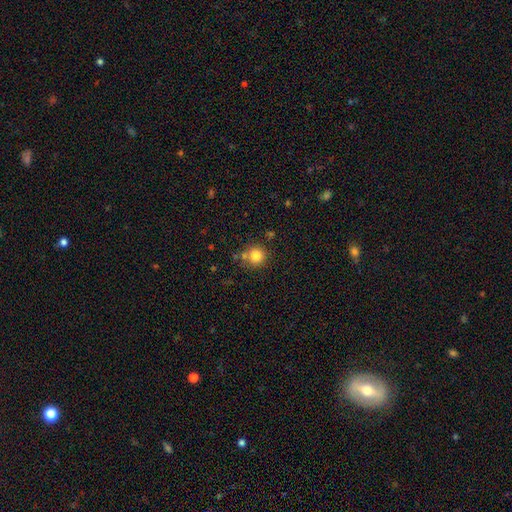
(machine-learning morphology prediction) Q: Smooth or featured?
A: smooth (81%); runner-up: star or artifact (12%)
Q: How rounded?
A: round (93%); runner-up: in between (6%)
Q: Merging?
A: none (75%); runner-up: merger (11%)